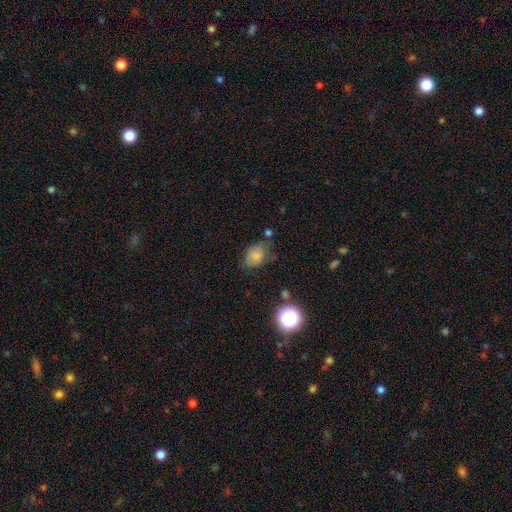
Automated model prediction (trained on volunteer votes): This appears to be a smooth galaxy with no disk features (77%) that is in between round and cigar-shaped (75%). Merging: none (53%).